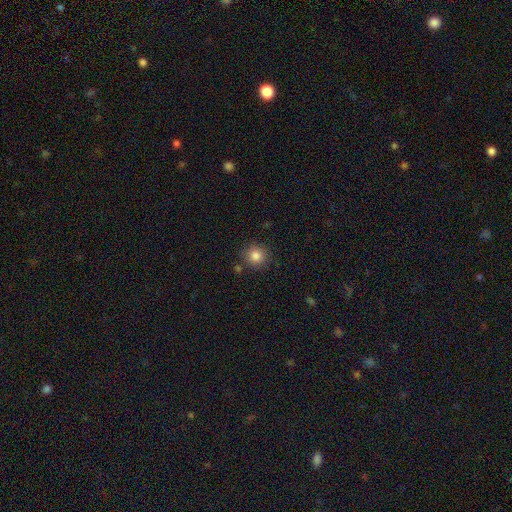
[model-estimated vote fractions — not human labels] Morphology: type=smooth (84%); roundness=round (92%); merging=none (86%).